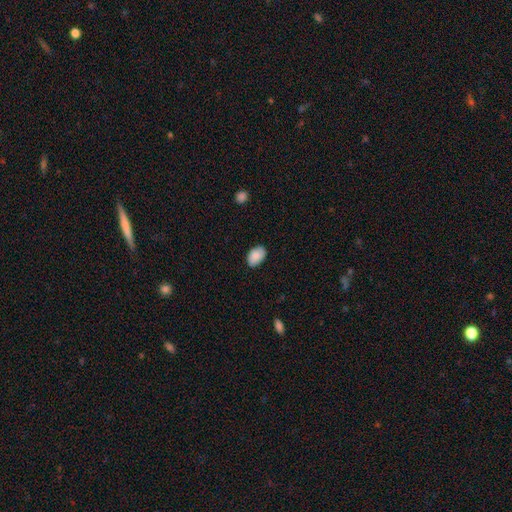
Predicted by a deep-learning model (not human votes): This appears to be a smooth galaxy with no disk features (88%) that is in between round and cigar-shaped (89%). Merging: none (82%).